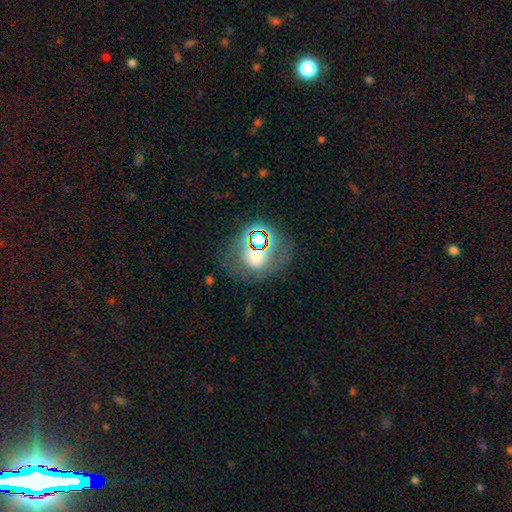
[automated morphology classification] smooth 42%, star or artifact 36%, featured or disk 22%. Down the decision tree: merging — none (57%).